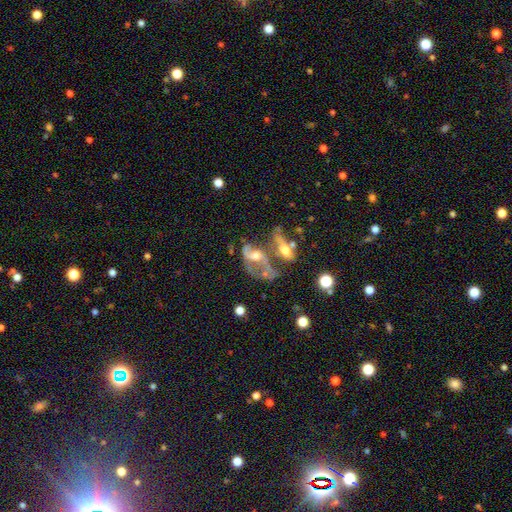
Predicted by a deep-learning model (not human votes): Smooth or featured? featured or disk (67%)
Edge-on disk? no (92%)
Bar? no (64%)
Spiral arms? yes (58%)
Bulge size? moderate (58%)
Merging? merger (54%)